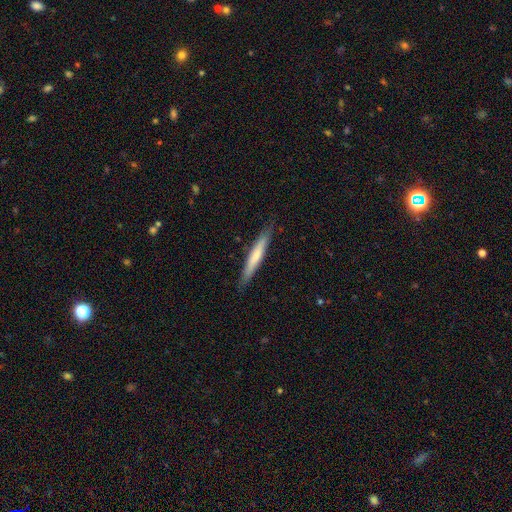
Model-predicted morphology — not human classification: The model was most divided on "smooth or featured": smooth: 60%, featured or disk: 34%, star or artifact: 5%. More confident: how rounded — cigar-shaped (95%); merging — none (87%).